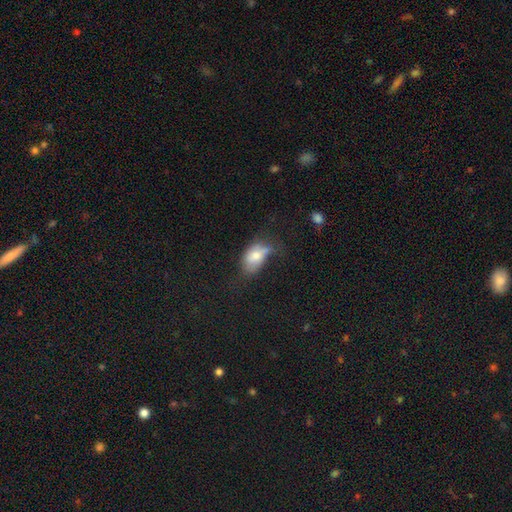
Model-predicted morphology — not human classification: type=smooth (70%); roundness=in between (88%); merging=minor disturbance (34%).